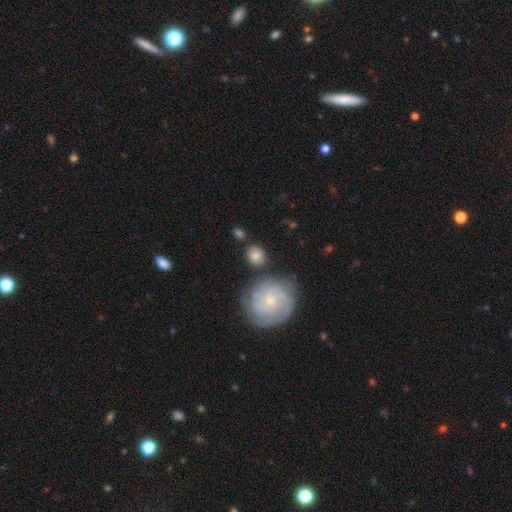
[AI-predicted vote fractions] Q: Smooth or featured?
A: smooth (68%); runner-up: featured or disk (25%)
Q: How rounded?
A: round (79%); runner-up: in between (20%)
Q: Merging?
A: none (75%); runner-up: minor disturbance (12%)